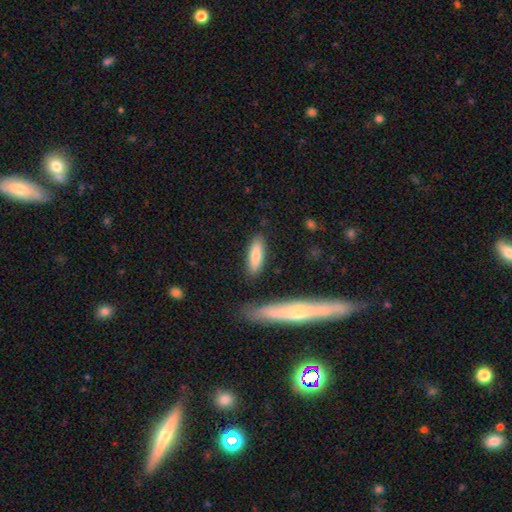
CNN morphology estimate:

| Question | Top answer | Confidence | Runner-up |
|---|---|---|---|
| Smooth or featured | smooth | 79% | featured or disk (15%) |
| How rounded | cigar-shaped | 49% | tied: in between (49%) |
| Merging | none | 82% | minor disturbance (11%) |